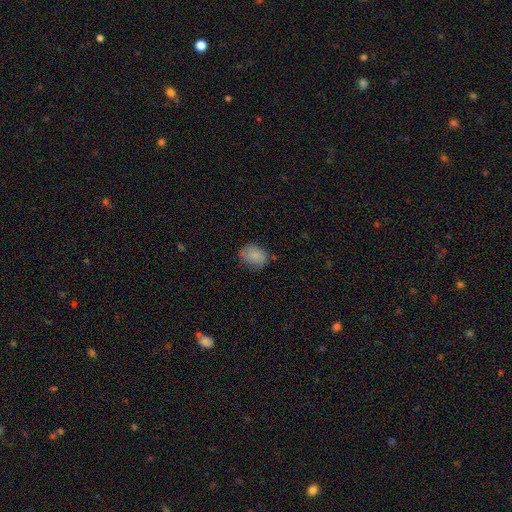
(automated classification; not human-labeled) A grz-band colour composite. It shows a smooth galaxy with no disk features (83%) that is in between round and cigar-shaped (60%). Merging: none (72%).